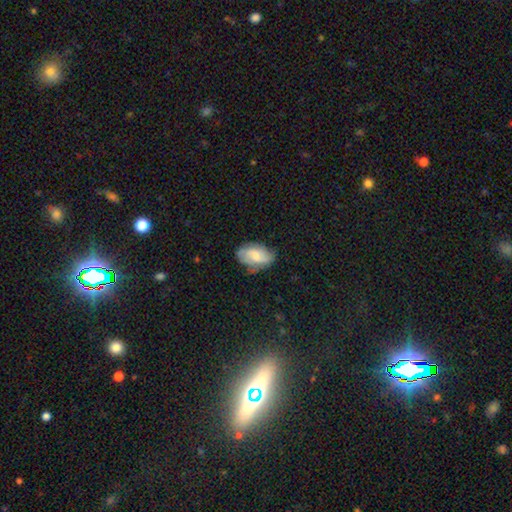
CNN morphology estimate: Overall: smooth (56%; featured or disk 37%). How rounded: in between (91%). Merging: none (57%; minor disturbance 31%).